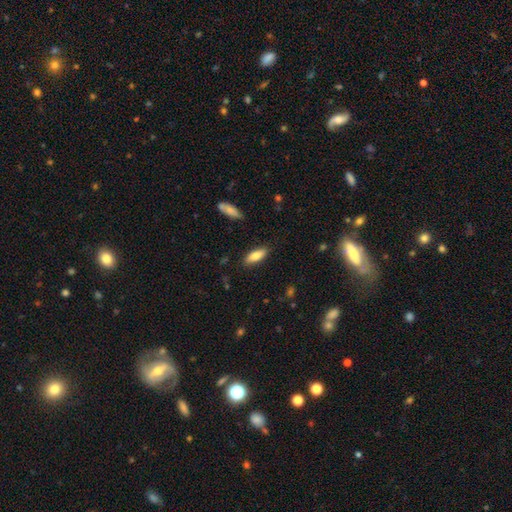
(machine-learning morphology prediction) This appears to be a smooth galaxy with no disk features (80%) that is in between round and cigar-shaped (71%). Merging: none (85%).